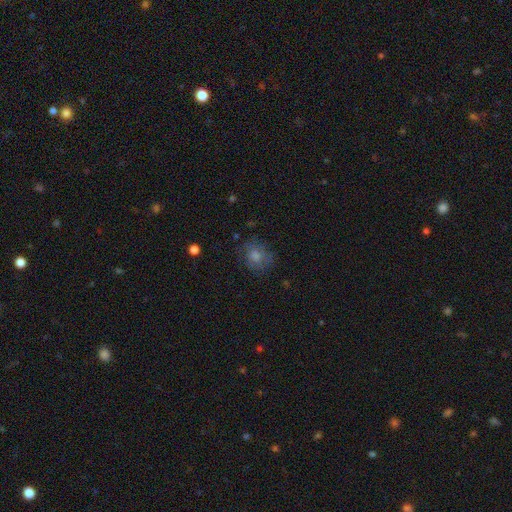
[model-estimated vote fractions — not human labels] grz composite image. It shows a smooth galaxy with no disk features (57%) that is round (72%). Merging: none (75%).